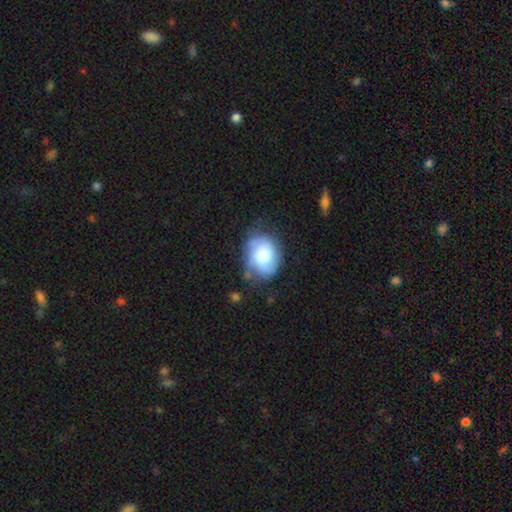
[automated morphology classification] type=smooth (54%); roundness=in between (53%); merging=none (58%).